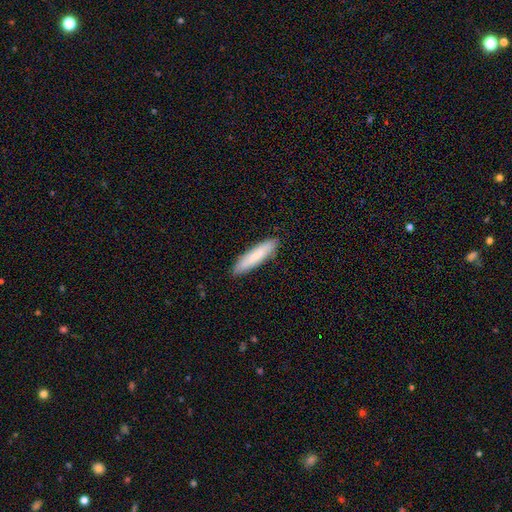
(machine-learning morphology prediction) Q: Smooth or featured?
A: smooth (81%); runner-up: featured or disk (14%)
Q: How rounded?
A: cigar-shaped (84%); runner-up: in between (15%)
Q: Merging?
A: none (89%); runner-up: minor disturbance (8%)